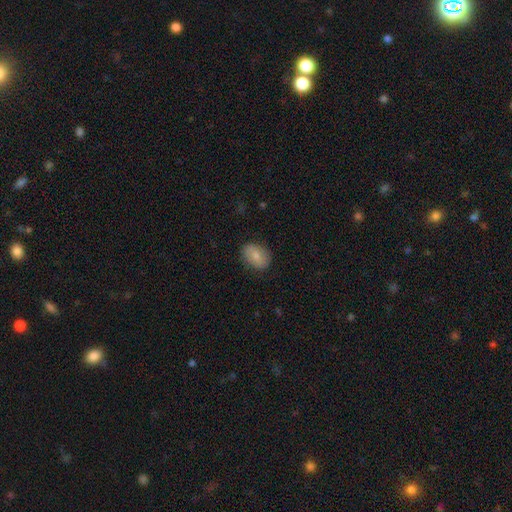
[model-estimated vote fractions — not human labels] Morphology: type=smooth (74%); roundness=in between (76%); merging=none (84%).